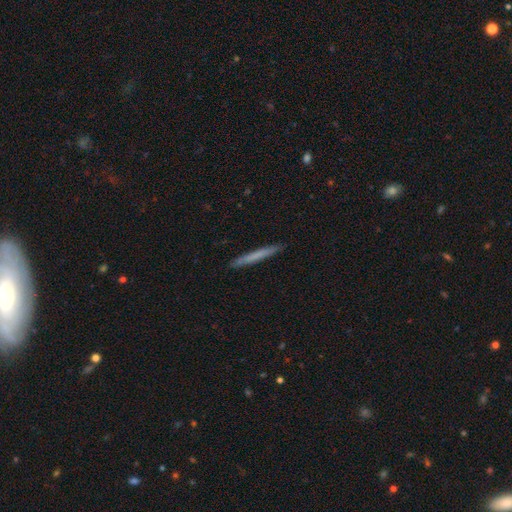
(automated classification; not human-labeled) A smooth galaxy with no disk features (63%) that is cigar-shaped (97%).

Vote fractions:
- Smooth or featured? smooth: 63% / featured or disk: 31% / star or artifact: 6%
- How rounded? cigar-shaped: 97% / in between: 2% / round: 1%
- Merging? none: 91% / minor disturbance: 6% / major disturbance: 1% / merger: 1%